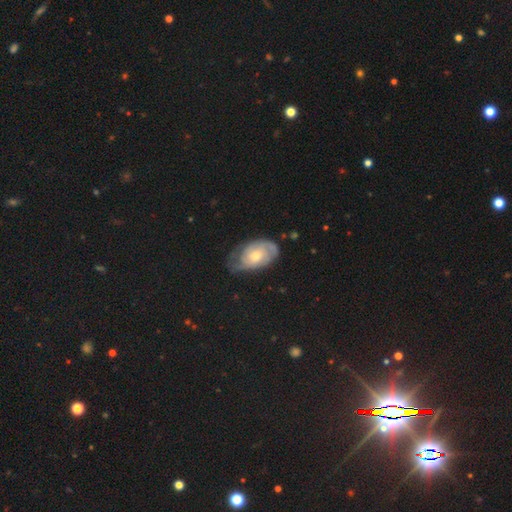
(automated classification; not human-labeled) This is likely a featured or disk galaxy (72%). It is clearly not viewed edge-on (96%). Bar: likely no (74%). Spiral arm pattern: clearly yes (90%). Spiral arm count: marginally 2 (43%). Spiral winding: possibly tight (54%). Central bulge: possibly moderate (54%). Merging: possibly none (56%).